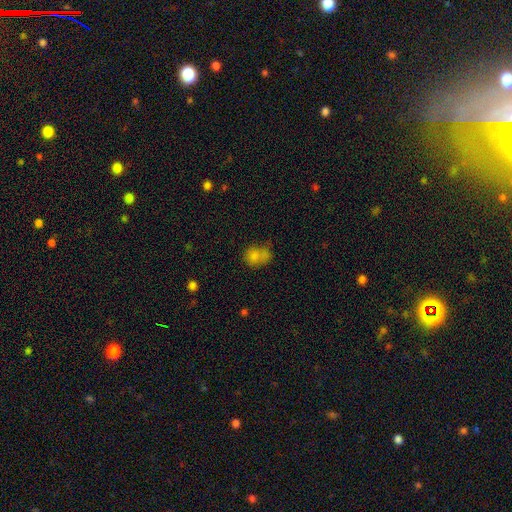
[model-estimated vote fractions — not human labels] This appears to be a smooth galaxy with no disk features (77%) that is round (54%). Merging: none (37%).